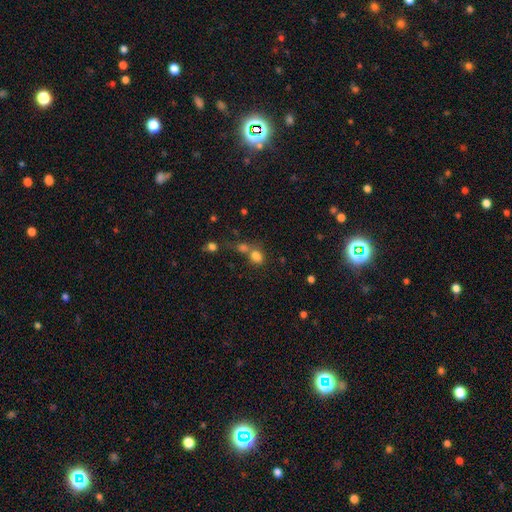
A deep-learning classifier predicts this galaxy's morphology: A smooth galaxy with no disk features (77%) that is in between round and cigar-shaped (54%).

Vote fractions:
- Smooth or featured? smooth: 77% / star or artifact: 14% / featured or disk: 8%
- How rounded? in between: 54% / round: 45% / cigar-shaped: 2%
- Merging? merger: 50% / none: 36% / minor disturbance: 9% / major disturbance: 6%